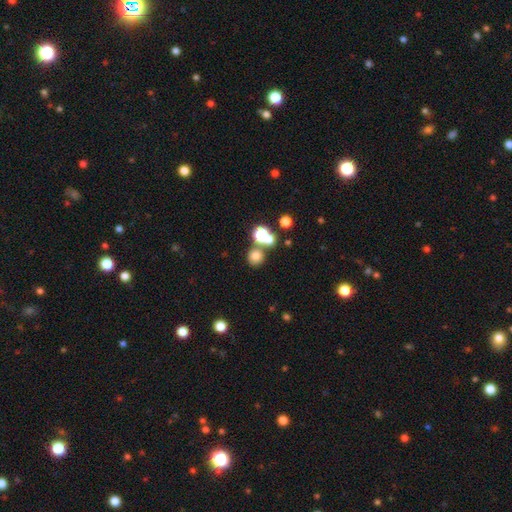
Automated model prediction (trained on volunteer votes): Q: Smooth or featured?
A: smooth (72%); runner-up: star or artifact (19%)
Q: How rounded?
A: round (90%); runner-up: in between (9%)
Q: Merging?
A: none (68%); runner-up: merger (21%)